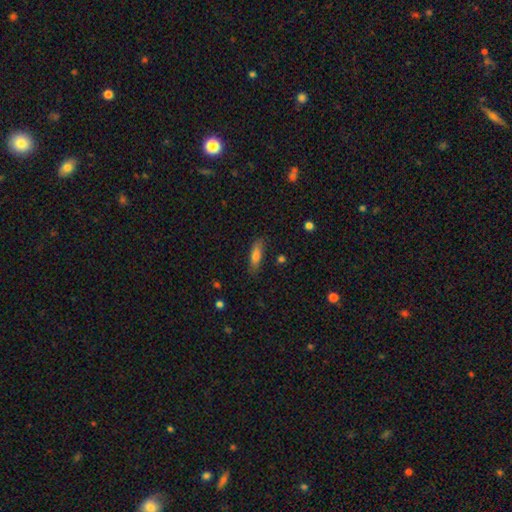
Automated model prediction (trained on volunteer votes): smooth 76%, featured or disk 16%, star or artifact 8%. Down the decision tree: how rounded — cigar-shaped (56%); merging — none (81%).